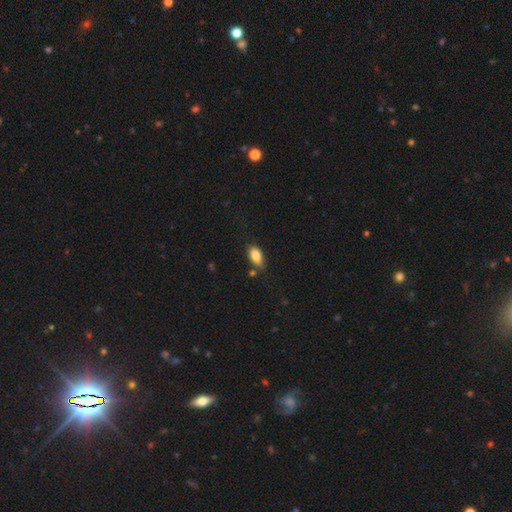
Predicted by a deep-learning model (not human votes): Smooth or featured: smooth — 85% (featured or disk — 8%)
How rounded: in between — 91% (round — 5%)
Merging: none — 66% (minor disturbance — 24%)